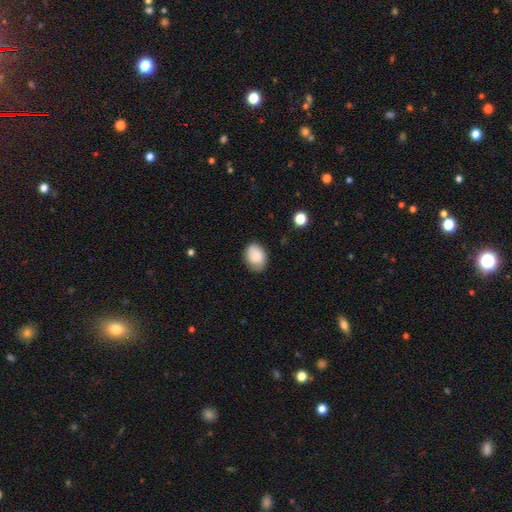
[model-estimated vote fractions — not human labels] Smooth or featured: smooth — 84% (featured or disk — 8%)
How rounded: in between — 68% (round — 31%)
Merging: none — 74% (minor disturbance — 21%)